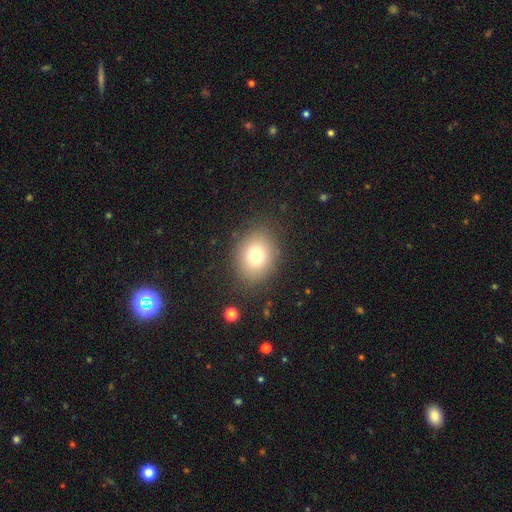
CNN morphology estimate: This is likely a smooth galaxy (76%). How rounded: possibly in between (52%). Merging: clearly none (84%).